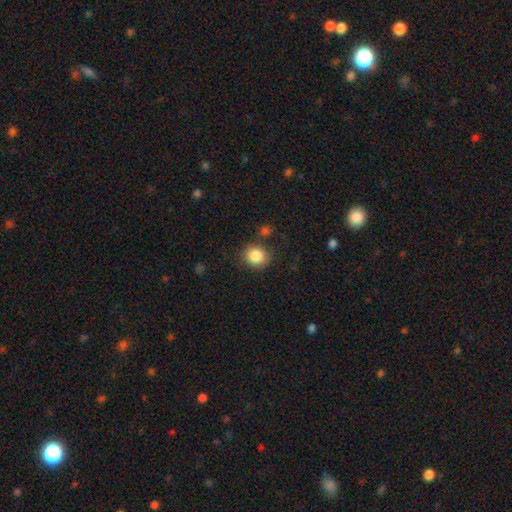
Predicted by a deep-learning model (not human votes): Smooth or featured: smooth — 86% (star or artifact — 9%)
How rounded: round — 84% (in between — 15%)
Merging: none — 79% (minor disturbance — 12%)